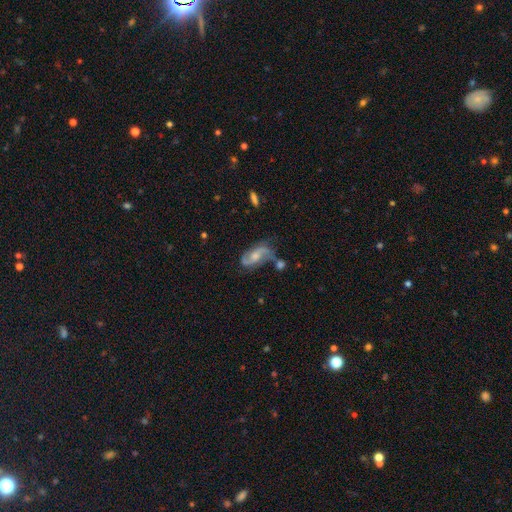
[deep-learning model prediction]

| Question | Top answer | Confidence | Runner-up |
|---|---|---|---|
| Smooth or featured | featured or disk | 80% | smooth (14%) |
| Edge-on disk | no | 96% | yes (4%) |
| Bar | no | 53% | weak (38%) |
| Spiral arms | yes | 94% | no (6%) |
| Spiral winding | loose | 44% | medium (43%) |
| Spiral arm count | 2 | 88% | can't tell (5%) |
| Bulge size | moderate | 55% | small (29%) |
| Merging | none | 50% | minor disturbance (23%) |